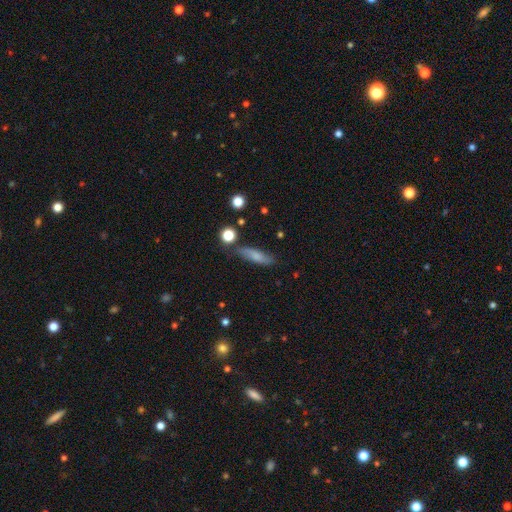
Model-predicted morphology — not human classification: Overall: smooth (73%). How rounded: cigar-shaped (59%; in between 38%). Merging: none (77%).